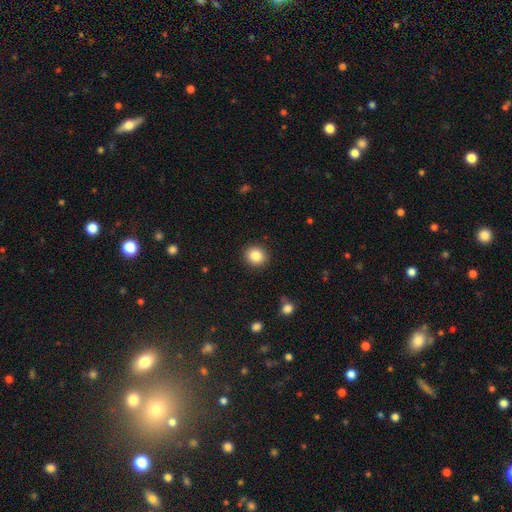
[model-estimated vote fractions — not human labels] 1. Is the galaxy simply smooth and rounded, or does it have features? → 85% smooth, 10% star or artifact, 5% featured or disk.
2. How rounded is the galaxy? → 87% round, 12% in between, 1% cigar-shaped.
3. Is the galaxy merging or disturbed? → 91% none, 6% minor disturbance, 2% major disturbance, 1% merger.